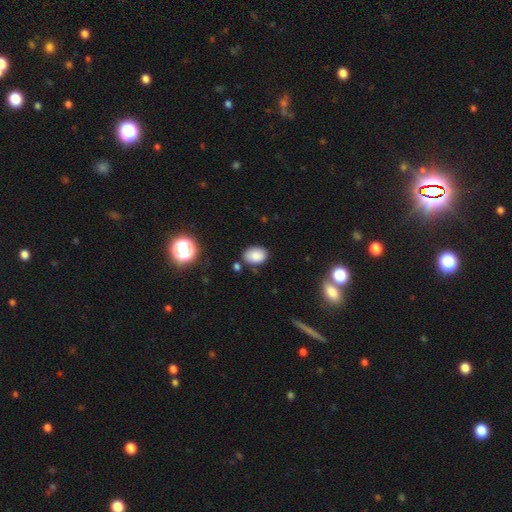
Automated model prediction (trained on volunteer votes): A smooth galaxy with no disk features (85%) that is in between round and cigar-shaped (82%).

Vote fractions:
- Smooth or featured? smooth: 85% / star or artifact: 10% / featured or disk: 5%
- How rounded? in between: 82% / round: 17% / cigar-shaped: 1%
- Merging? none: 80% / minor disturbance: 13% / merger: 4% / major disturbance: 3%